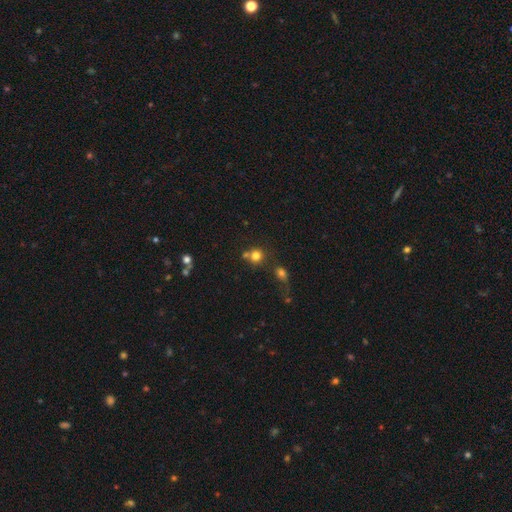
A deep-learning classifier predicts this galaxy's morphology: smooth 77%, star or artifact 15%, featured or disk 9%. Down the decision tree: how rounded — round (89%); merging — none (58%).